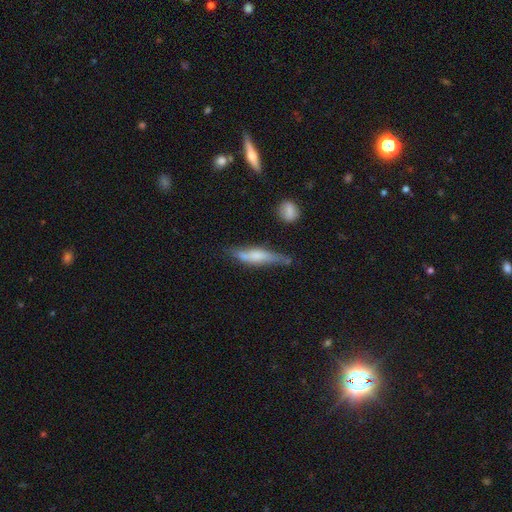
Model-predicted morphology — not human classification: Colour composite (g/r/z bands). It shows a smooth galaxy with no disk features (49%). Merging: none (53%).